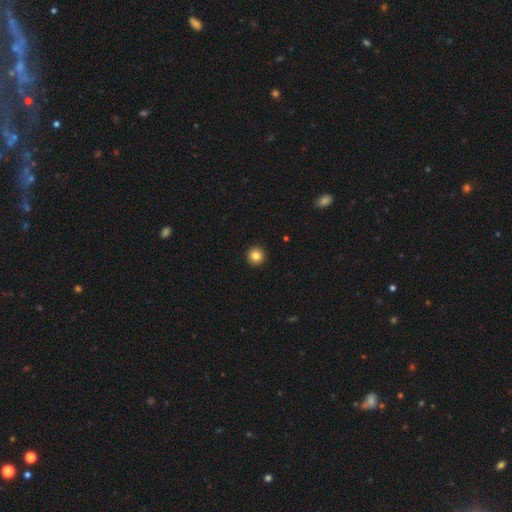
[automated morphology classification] A smooth galaxy with no disk features (85%) that is round (96%). Merging: none (94%).